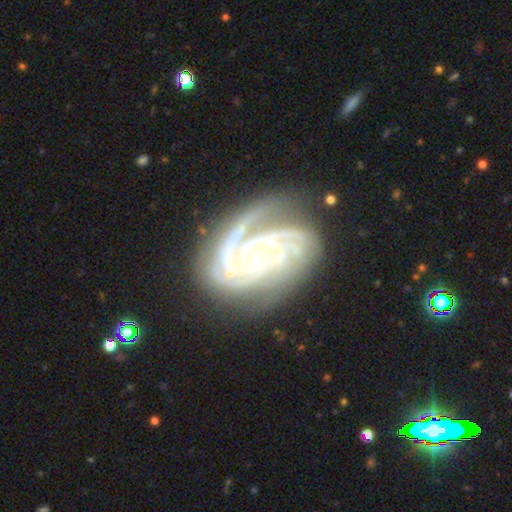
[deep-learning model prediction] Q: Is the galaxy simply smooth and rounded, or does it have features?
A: featured or disk — 90%.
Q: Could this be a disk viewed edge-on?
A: no — 97%.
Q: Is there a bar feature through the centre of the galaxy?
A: no — 71%.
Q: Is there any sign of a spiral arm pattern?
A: yes — 98%.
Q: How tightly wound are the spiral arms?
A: tight — 69%.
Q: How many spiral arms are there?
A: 3 — 40%.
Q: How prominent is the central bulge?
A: small — 72%.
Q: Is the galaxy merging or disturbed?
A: none — 68%.